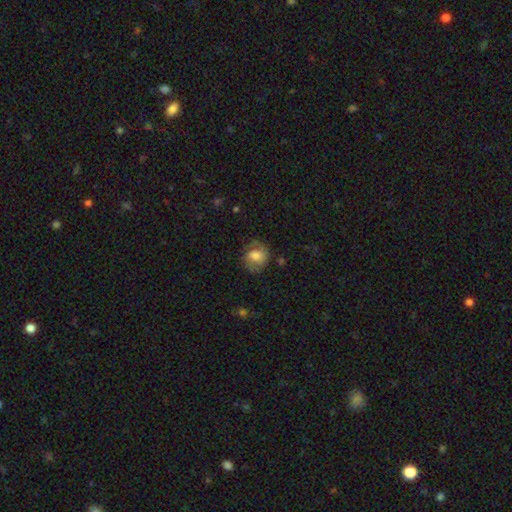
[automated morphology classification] Smooth or featured? smooth (51%)
How rounded? round (68%)
Merging? none (68%)